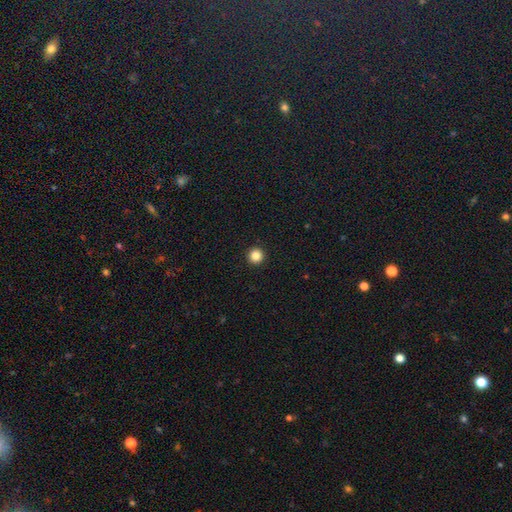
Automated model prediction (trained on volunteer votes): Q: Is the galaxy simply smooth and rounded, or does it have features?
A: smooth — 85%.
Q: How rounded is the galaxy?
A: round — 96%.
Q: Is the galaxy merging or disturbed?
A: none — 94%.